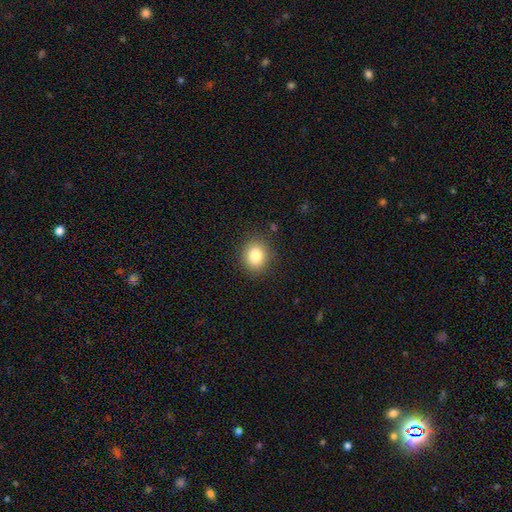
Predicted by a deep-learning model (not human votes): A smooth galaxy with no disk features (82%) that is round (73%).

Vote fractions:
- Smooth or featured? smooth: 82% / star or artifact: 10% / featured or disk: 7%
- How rounded? round: 73% / in between: 27% / cigar-shaped: 1%
- Merging? none: 87% / minor disturbance: 9% / major disturbance: 3% / merger: 1%